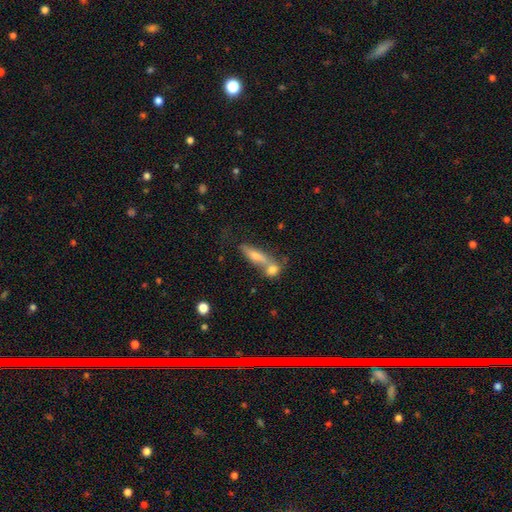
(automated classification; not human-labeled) The model was most divided on "merging": merger: 42%, none: 40%, minor disturbance: 12%, major disturbance: 6%. More confident: how rounded — cigar-shaped (66%); smooth or featured — smooth (64%).